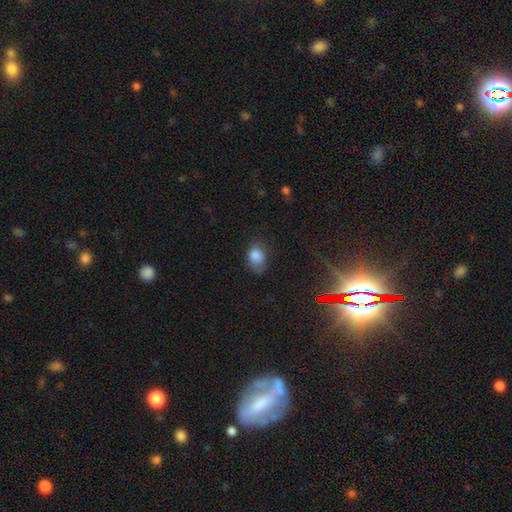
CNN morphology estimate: smooth-or-featured: smooth: 84% | star or artifact: 9% | featured or disk: 7%
  how-rounded: in between: 75% | round: 24% | cigar-shaped: 1%
  merging: none: 61% | minor disturbance: 29% | major disturbance: 8% | merger: 2%